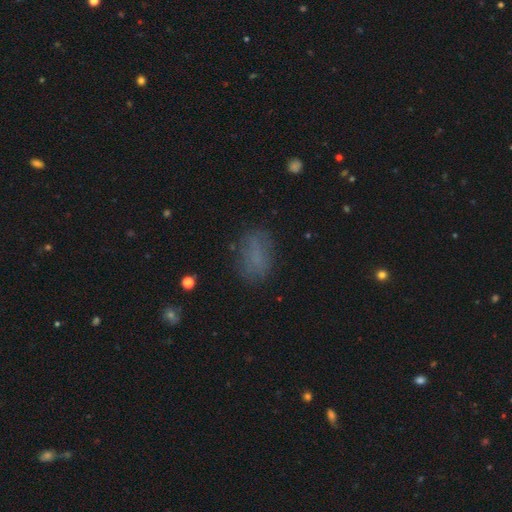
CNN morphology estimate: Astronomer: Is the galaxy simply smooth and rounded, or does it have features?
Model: smooth — 71%.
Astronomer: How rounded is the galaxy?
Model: in between — 85%.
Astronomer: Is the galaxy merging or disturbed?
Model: none — 73%.